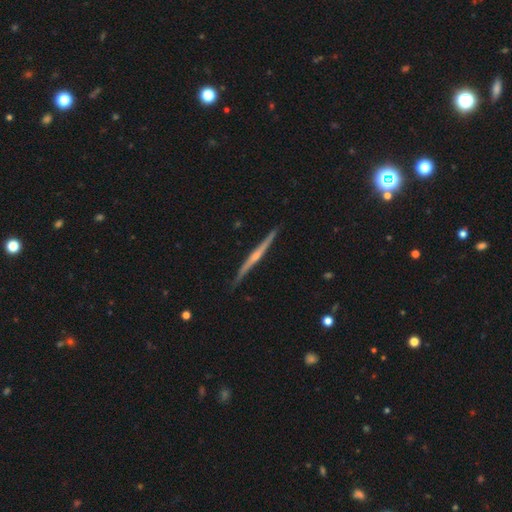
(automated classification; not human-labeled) Smooth or featured? featured or disk (79%)
Edge-on disk? yes (98%)
Edge-on bulge? rounded (66%)
Merging? none (90%)